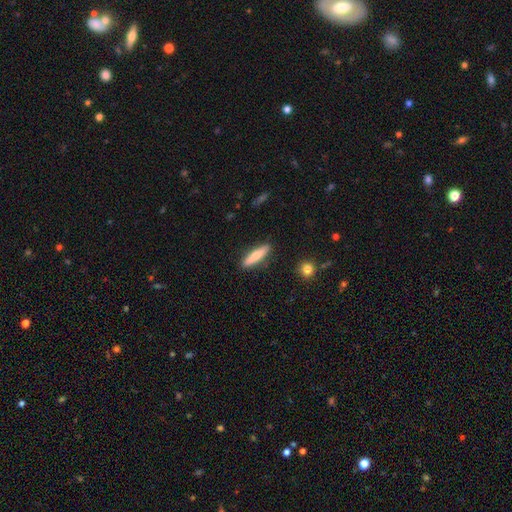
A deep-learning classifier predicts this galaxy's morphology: The model was most divided on "smooth or featured": smooth: 64%, featured or disk: 30%, star or artifact: 6%. More confident: merging — none (89%); how rounded — cigar-shaped (82%).